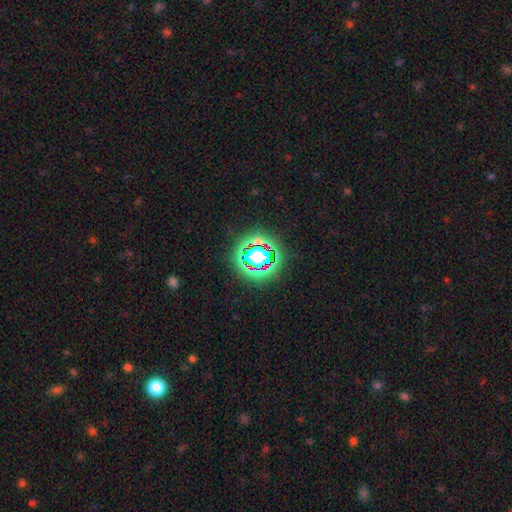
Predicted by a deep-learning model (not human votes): Smooth or featured: star or artifact — 69% (smooth — 20%)